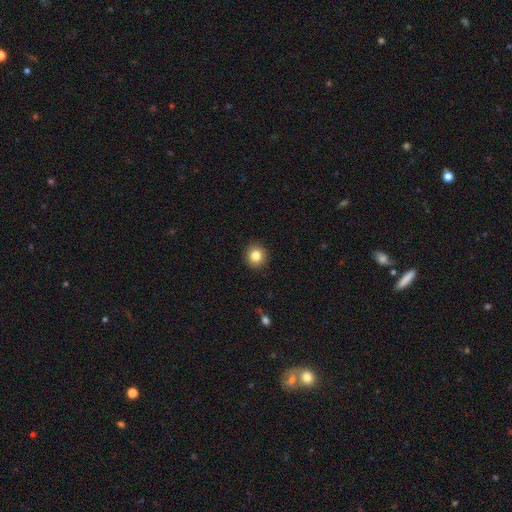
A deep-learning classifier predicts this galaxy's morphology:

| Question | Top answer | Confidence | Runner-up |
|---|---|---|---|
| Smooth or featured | smooth | 83% | star or artifact (10%) |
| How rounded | round | 93% | in between (6%) |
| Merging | none | 93% | minor disturbance (5%) |